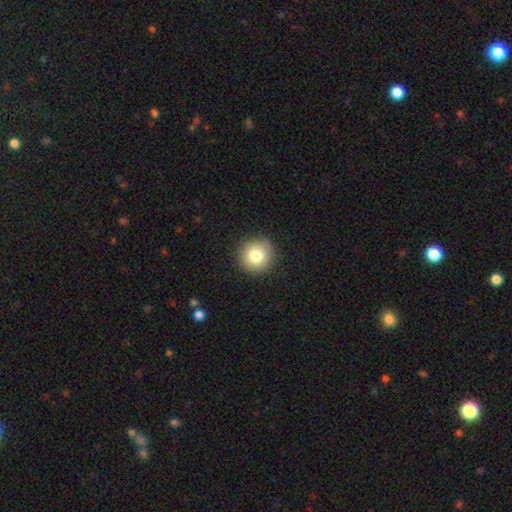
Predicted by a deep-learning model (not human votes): Overall: smooth (80%). How rounded: round (94%). Merging: none (90%).